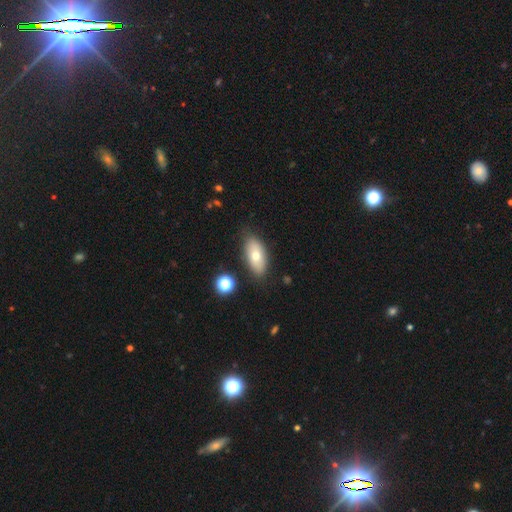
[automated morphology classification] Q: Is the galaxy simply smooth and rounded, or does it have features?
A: smooth — 68%.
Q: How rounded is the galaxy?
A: in between — 88%.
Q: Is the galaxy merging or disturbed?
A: none — 82%.